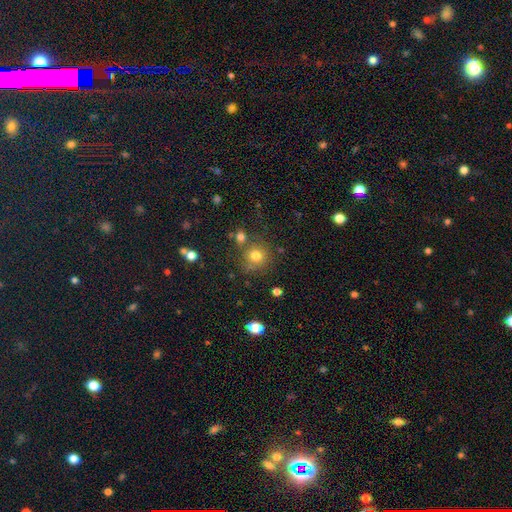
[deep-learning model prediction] Overall: smooth (77%). How rounded: round (86%). Merging: none (69%).